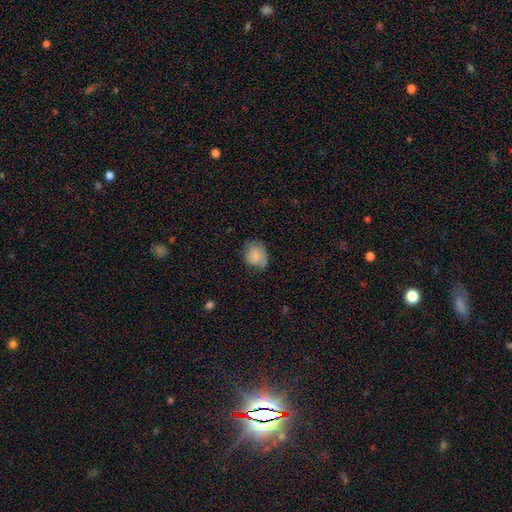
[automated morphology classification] Smooth or featured? Predicted: smooth (p=0.78). How rounded? Predicted: round (p=0.56). Merging? Predicted: none (p=0.57).